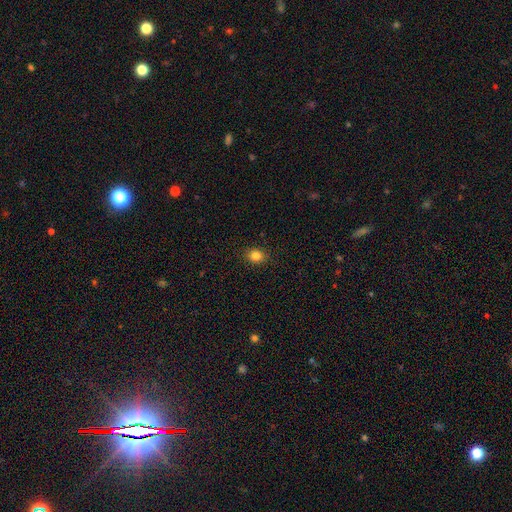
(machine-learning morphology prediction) smooth_or_featured: smooth (p=0.83) [alt: star or artifact p=0.12]
how_rounded: round (p=0.62) [alt: in between p=0.37]
merging: none (p=0.90) [alt: minor disturbance p=0.07]